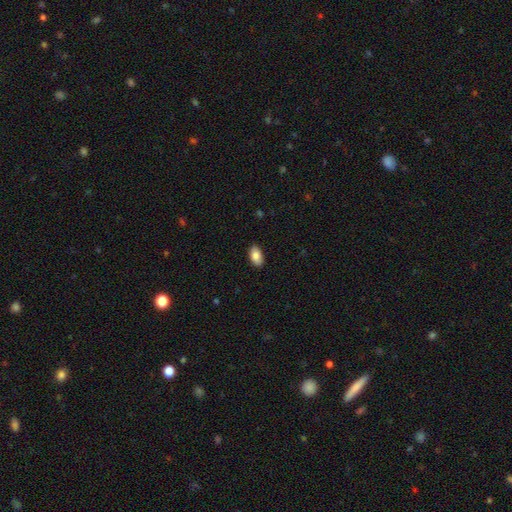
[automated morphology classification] type=smooth (85%); roundness=in between (94%); merging=none (88%).